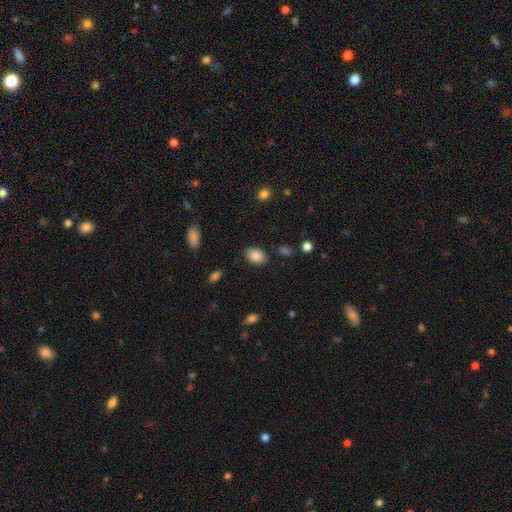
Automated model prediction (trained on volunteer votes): smooth_or_featured: smooth (p=0.87) [alt: star or artifact p=0.08]
how_rounded: in between (p=0.85) [alt: round p=0.14]
merging: none (p=0.83) [alt: minor disturbance p=0.11]